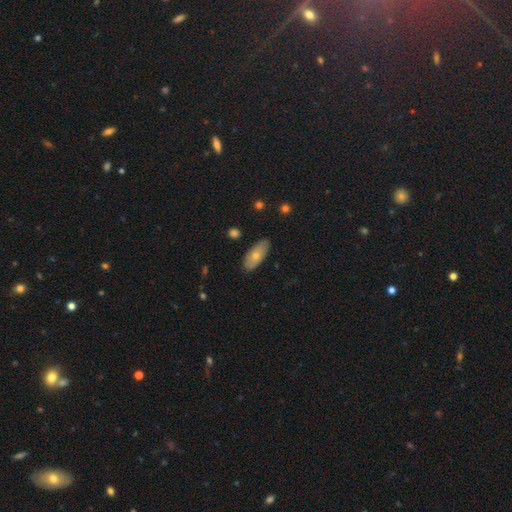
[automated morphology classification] This appears to be a smooth galaxy with no disk features (67%) that is in between round and cigar-shaped (86%). Merging: none (83%).